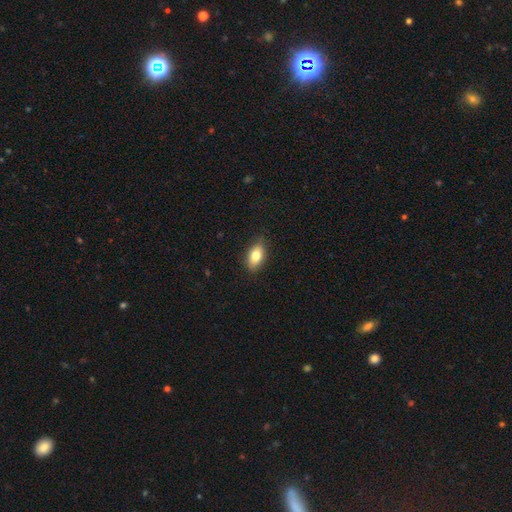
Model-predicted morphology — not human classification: The model was most divided on "smooth or featured": smooth: 79%, featured or disk: 14%, star or artifact: 8%. More confident: how rounded — in between (89%); merging — none (85%).